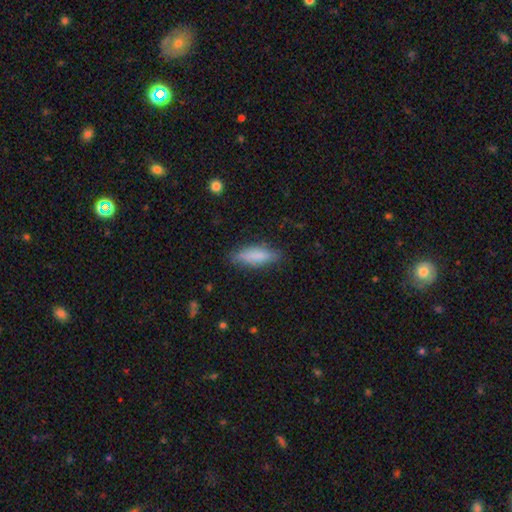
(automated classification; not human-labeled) Overall: smooth (77%). How rounded: in between (50%; cigar-shaped 49%). Merging: none (79%).